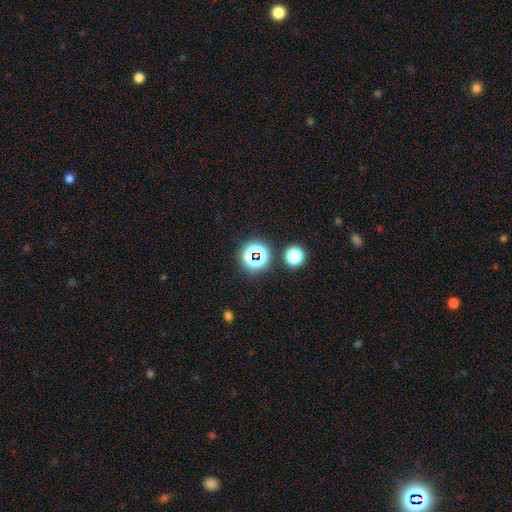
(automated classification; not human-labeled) Smooth or featured?
  - star or artifact: 59% *
  - smooth: 31%
  - featured or disk: 10%